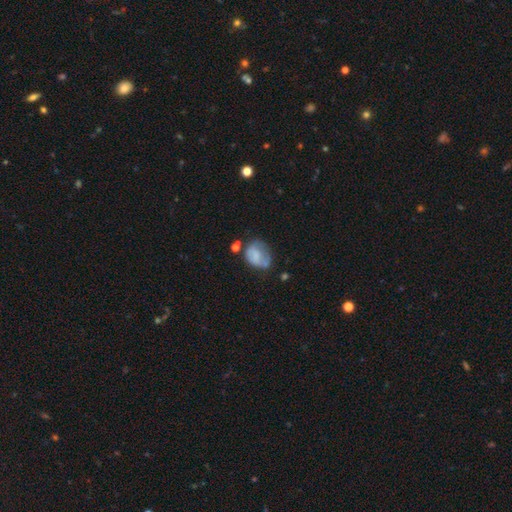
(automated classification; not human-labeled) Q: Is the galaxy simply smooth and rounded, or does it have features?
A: smooth — 64%.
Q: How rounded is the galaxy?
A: in between — 56%.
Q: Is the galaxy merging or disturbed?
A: none — 34%.